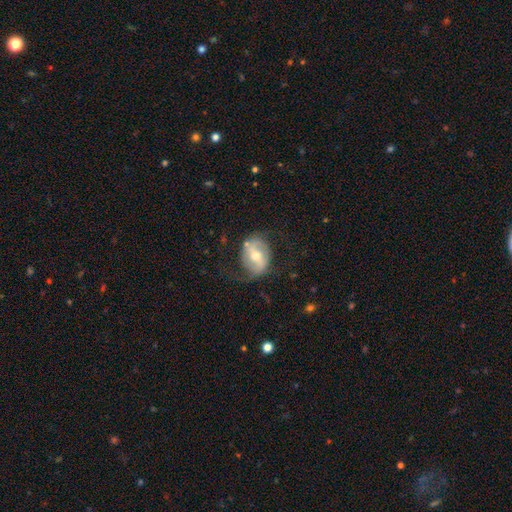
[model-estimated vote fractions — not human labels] Smooth or featured? Predicted: featured or disk (p=0.68). Edge-on disk? Predicted: no (p=0.95). Bar? Predicted: strong (p=0.39). Spiral arms? Predicted: yes (p=0.78). Spiral winding? Predicted: loose (p=0.51). Spiral arm count? Predicted: 2 (p=0.82). Bulge size? Predicted: moderate (p=0.63). Merging? Predicted: none (p=0.62).